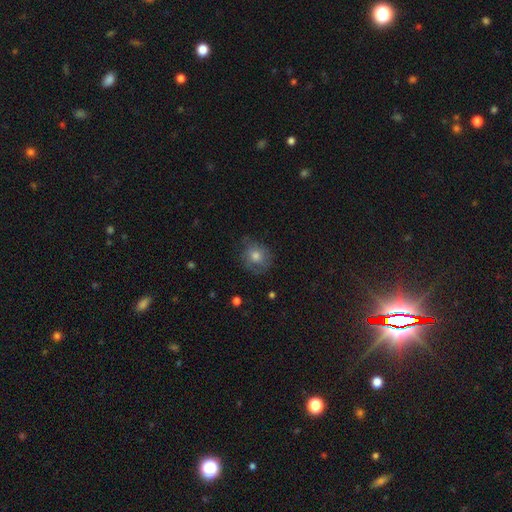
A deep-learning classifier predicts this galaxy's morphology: smooth-or-featured: smooth: 68% | featured or disk: 20% | star or artifact: 12%
  how-rounded: round: 78% | in between: 21% | cigar-shaped: 1%
  merging: none: 68% | minor disturbance: 22% | major disturbance: 8% | merger: 1%